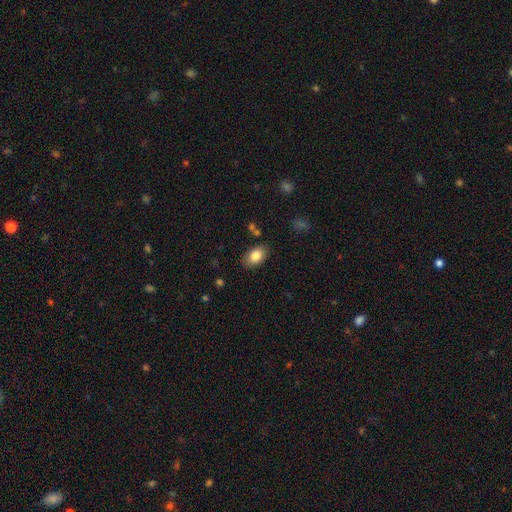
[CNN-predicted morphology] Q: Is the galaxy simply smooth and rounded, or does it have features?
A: smooth — 83%.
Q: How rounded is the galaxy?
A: in between — 87%.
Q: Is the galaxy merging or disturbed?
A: none — 84%.